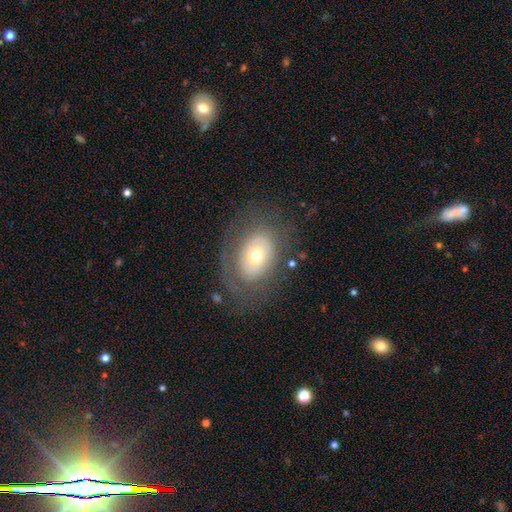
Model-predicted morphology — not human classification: Overall: smooth (50%; featured or disk 41%). Merging: none (71%).